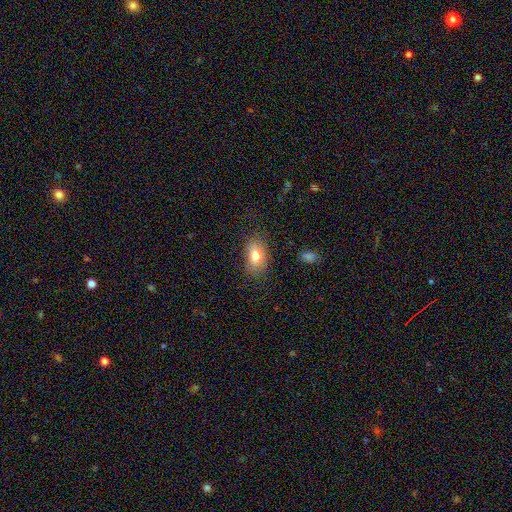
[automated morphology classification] Smooth or featured? Predicted: smooth (p=0.75). How rounded? Predicted: in between (p=0.89). Merging? Predicted: none (p=0.75).